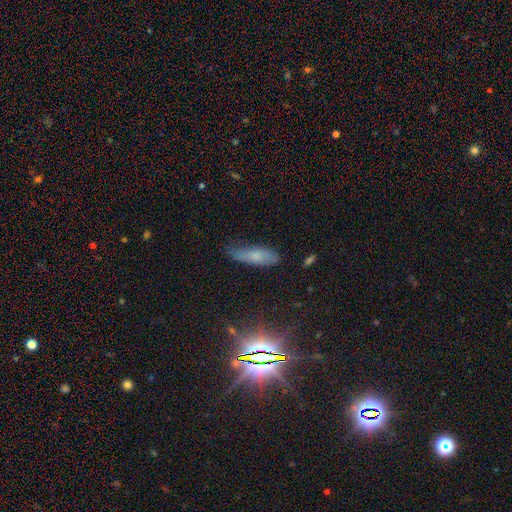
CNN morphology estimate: The model was most divided on "how rounded": in between: 54%, cigar-shaped: 43%, round: 3%. More confident: smooth or featured — smooth (64%); merging — none (59%).